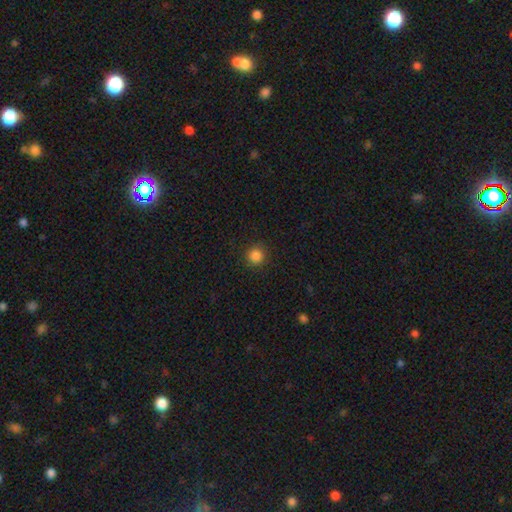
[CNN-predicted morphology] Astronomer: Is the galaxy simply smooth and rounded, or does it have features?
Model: smooth — 85%.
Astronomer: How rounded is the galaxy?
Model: round — 93%.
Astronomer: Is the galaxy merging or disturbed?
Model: none — 90%.